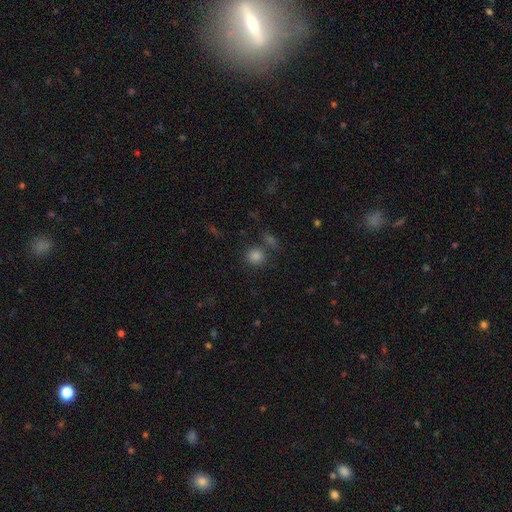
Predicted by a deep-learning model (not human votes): smooth 78%, star or artifact 16%, featured or disk 6%. Down the decision tree: how rounded — round (90%); merging — none (73%).